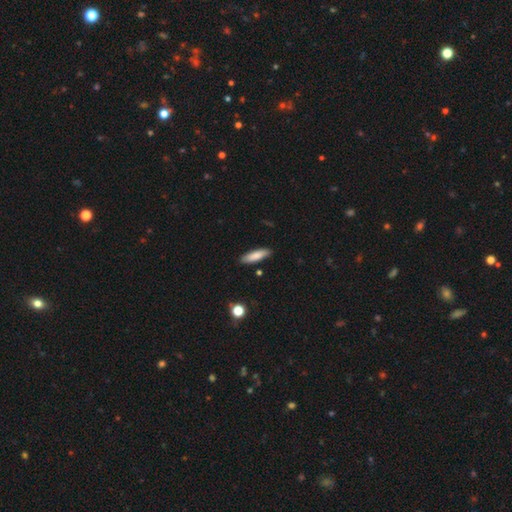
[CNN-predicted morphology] type=smooth (82%); roundness=cigar-shaped (65%); merging=none (87%).